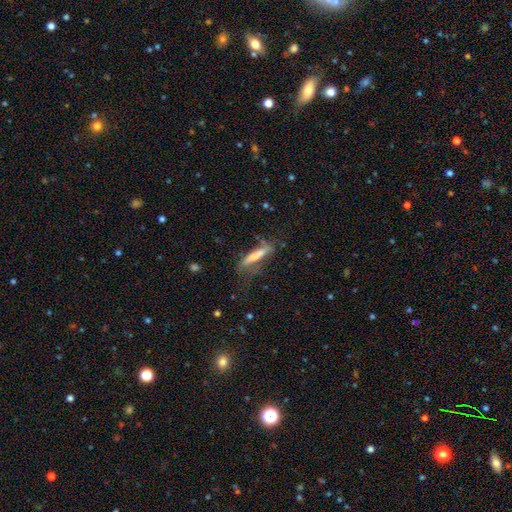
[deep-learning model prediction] A smooth galaxy with no disk features (62%) that is cigar-shaped (85%).

Vote fractions:
- Smooth or featured? smooth: 62% / featured or disk: 30% / star or artifact: 8%
- How rounded? cigar-shaped: 85% / in between: 14% / round: 2%
- Merging? none: 49% / minor disturbance: 26% / major disturbance: 21% / merger: 5%